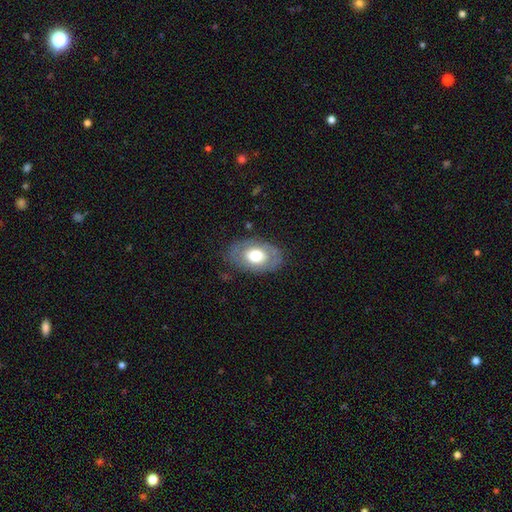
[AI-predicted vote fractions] The model was most divided on "smooth or featured": smooth: 55%, featured or disk: 39%, star or artifact: 7%. More confident: how rounded — in between (86%); merging — none (76%).